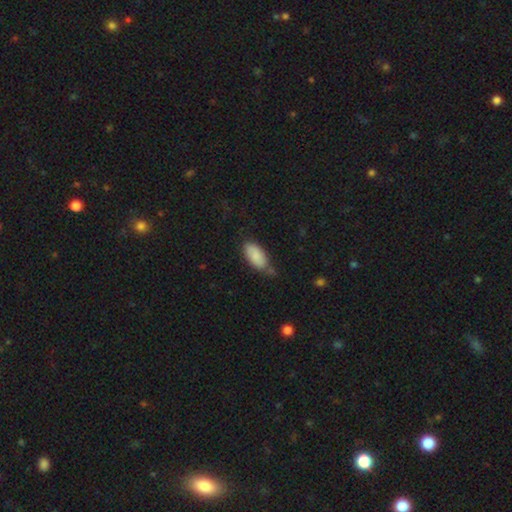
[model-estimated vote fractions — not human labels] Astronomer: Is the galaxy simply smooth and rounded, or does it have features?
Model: smooth — 86%.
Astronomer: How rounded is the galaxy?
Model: in between — 91%.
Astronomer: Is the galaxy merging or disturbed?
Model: none — 60%.